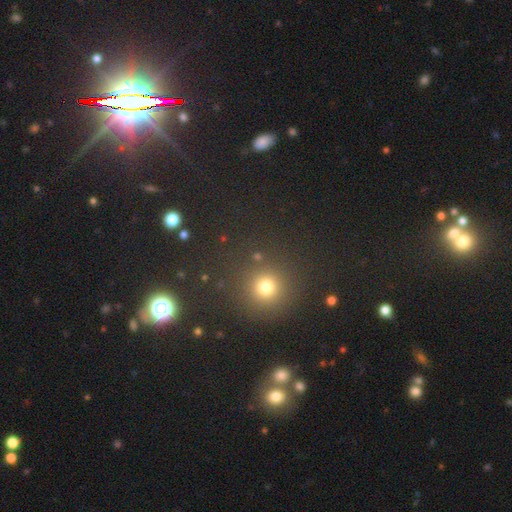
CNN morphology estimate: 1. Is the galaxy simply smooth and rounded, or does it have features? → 48% star or artifact, 44% smooth, 8% featured or disk.